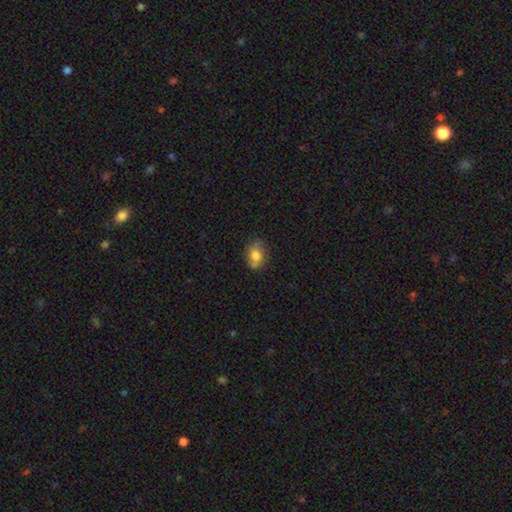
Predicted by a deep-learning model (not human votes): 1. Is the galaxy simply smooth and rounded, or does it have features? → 67% smooth, 24% featured or disk, 9% star or artifact.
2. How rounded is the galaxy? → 76% in between, 22% round, 2% cigar-shaped.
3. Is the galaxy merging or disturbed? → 73% none, 20% minor disturbance, 5% major disturbance, 2% merger.